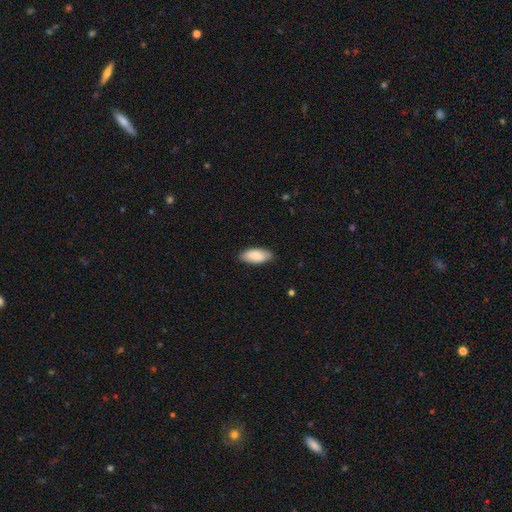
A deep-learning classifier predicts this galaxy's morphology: smooth 85%, featured or disk 9%, star or artifact 5%. Down the decision tree: how rounded — in between (89%); merging — none (83%).